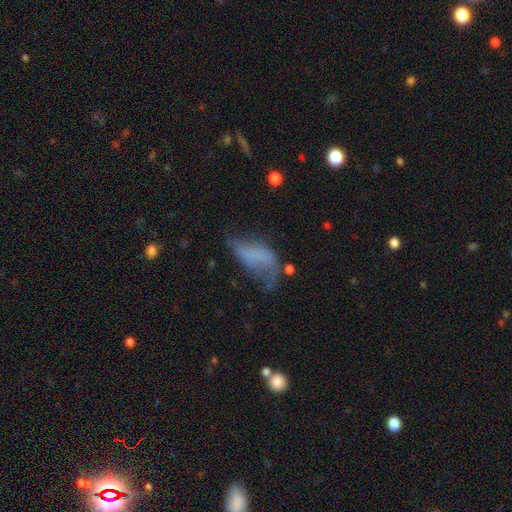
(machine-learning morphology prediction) Q: Smooth or featured?
A: smooth (44%); runner-up: featured or disk (43%)
Q: Merging?
A: major disturbance (41%); runner-up: none (28%)